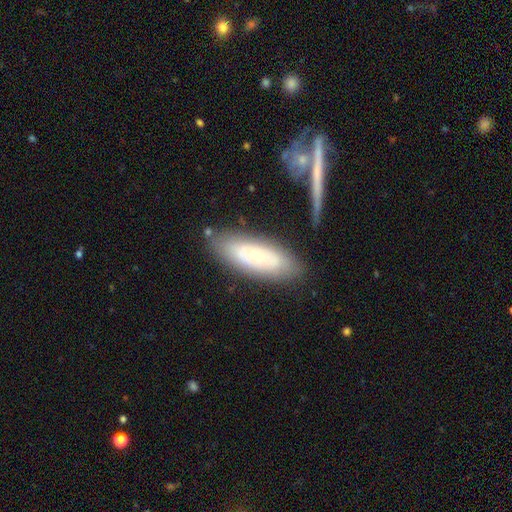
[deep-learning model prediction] Q: Smooth or featured?
A: smooth (50%); runner-up: featured or disk (43%)
Q: Merging?
A: none (77%); runner-up: minor disturbance (15%)